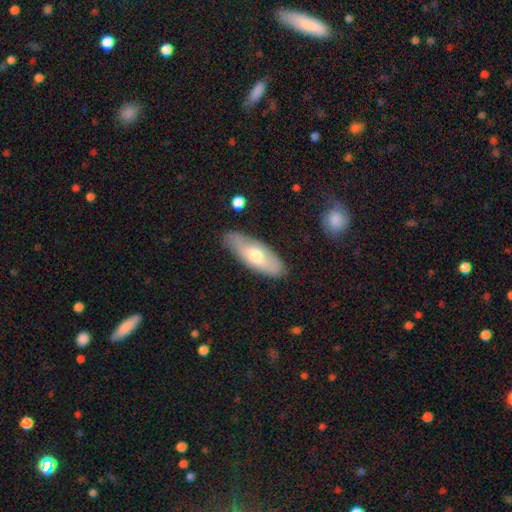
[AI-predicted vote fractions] Smooth or featured? smooth (56%)
How rounded? in between (72%)
Merging? none (78%)